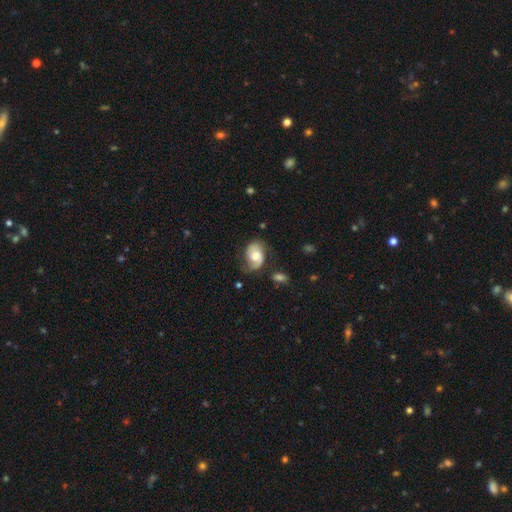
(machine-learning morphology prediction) Q: Smooth or featured?
A: featured or disk (61%); runner-up: smooth (31%)
Q: Edge-on disk?
A: no (97%); runner-up: yes (3%)
Q: Bar?
A: no (60%); runner-up: weak (33%)
Q: Spiral arms?
A: yes (90%); runner-up: no (10%)
Q: Spiral winding?
A: medium (42%); runner-up: loose (35%)
Q: Spiral arm count?
A: 2 (80%); runner-up: 1 (11%)
Q: Bulge size?
A: moderate (45%); runner-up: large (28%)
Q: Merging?
A: none (58%); runner-up: minor disturbance (26%)